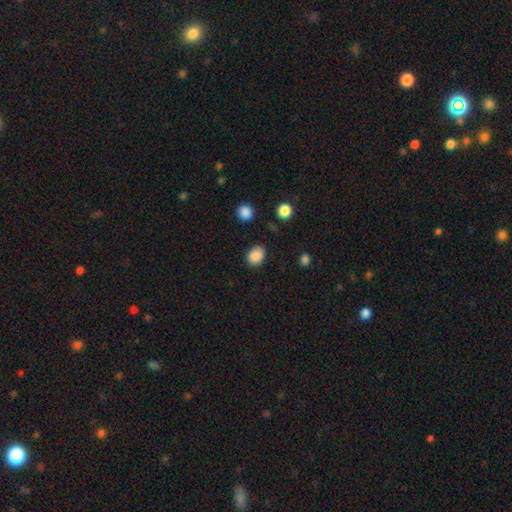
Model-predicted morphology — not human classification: Smooth or featured? smooth (87%)
How rounded? round (50%)
Merging? none (83%)